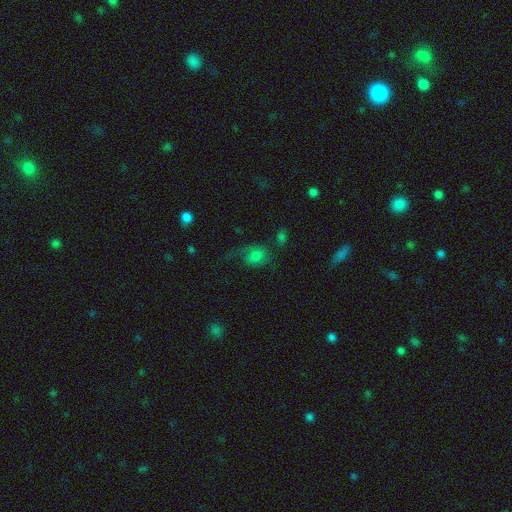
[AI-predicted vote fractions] This appears to be a smooth galaxy with no disk features (58%) that is in between round and cigar-shaped (65%). Merging: none (36%).